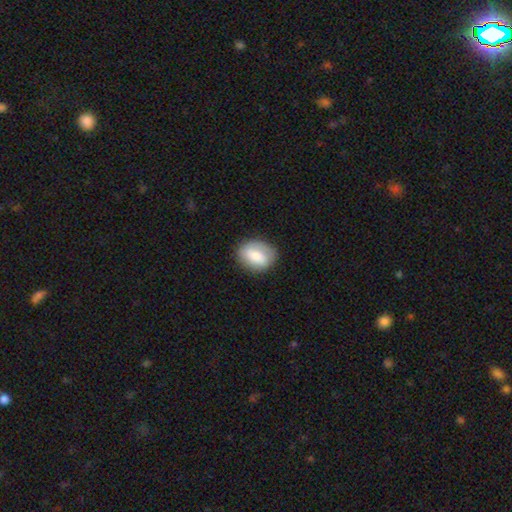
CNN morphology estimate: smooth-or-featured: smooth: 68% | featured or disk: 25% | star or artifact: 7%
  how-rounded: in between: 62% | round: 37% | cigar-shaped: 1%
  merging: none: 81% | minor disturbance: 14% | major disturbance: 4% | merger: 1%